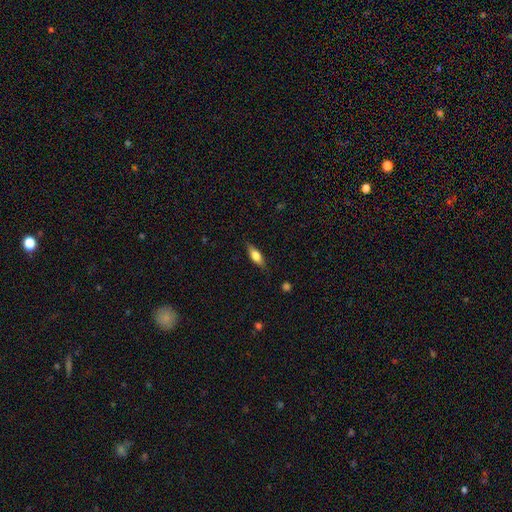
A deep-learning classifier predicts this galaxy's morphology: A smooth galaxy with no disk features (63%) that is in between round and cigar-shaped (60%). Merging: none (83%).